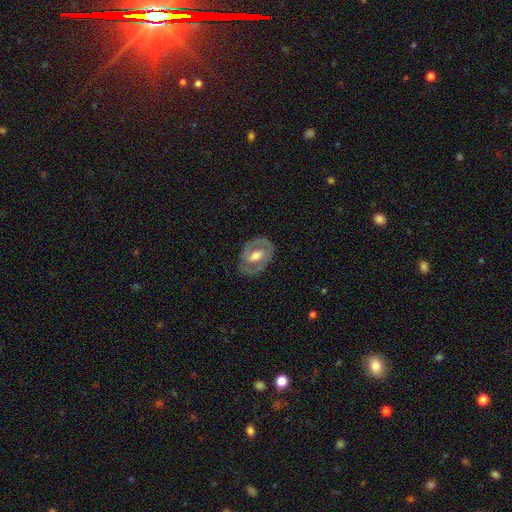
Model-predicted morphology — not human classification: This is likely a featured or disk galaxy (67%). It is clearly not viewed edge-on (94%). Bar: marginally no (44%). Spiral arm pattern: possibly no (52%). Central bulge: likely moderate (63%). Merging: likely none (78%).